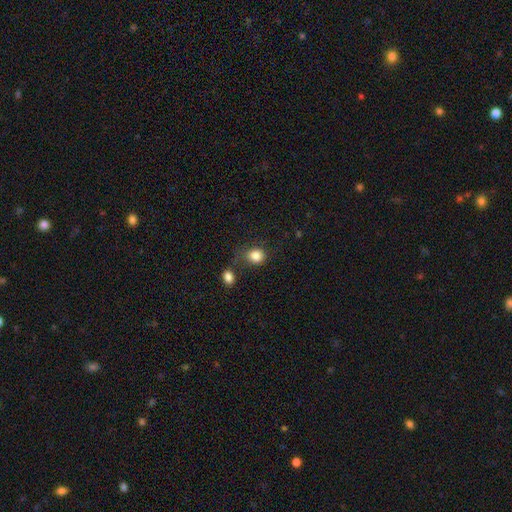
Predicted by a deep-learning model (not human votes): smooth-or-featured: smooth: 84% | star or artifact: 10% | featured or disk: 6%
  how-rounded: round: 64% | in between: 35% | cigar-shaped: 1%
  merging: none: 57% | minor disturbance: 21% | merger: 13% | major disturbance: 9%